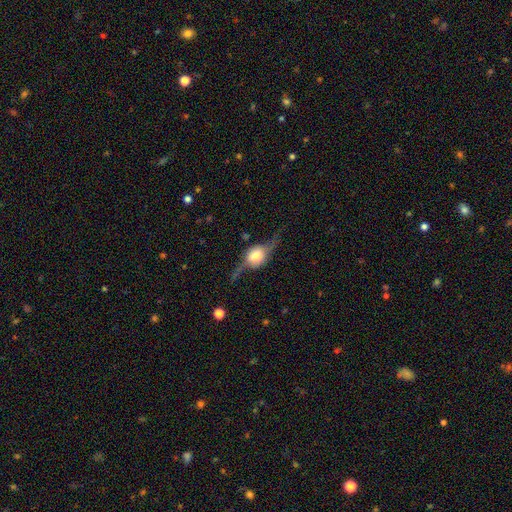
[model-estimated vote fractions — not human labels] Morphology: type=featured or disk (74%); edge-on=yes (73%); edge-on bulge=rounded (91%); merging=none (57%).